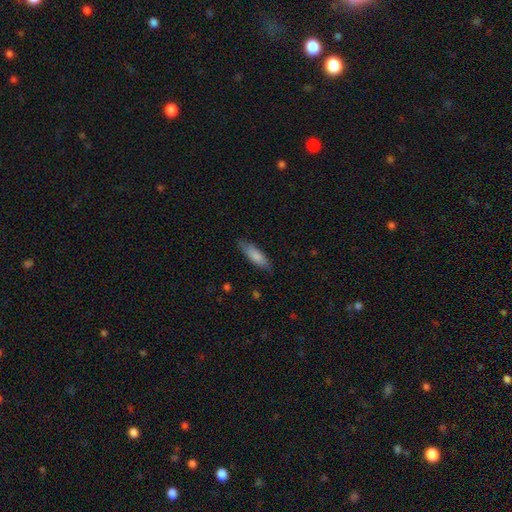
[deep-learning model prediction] The model was most divided on "how rounded": cigar-shaped: 54%, in between: 45%, round: 1%. More confident: smooth or featured — smooth (81%); merging — none (80%).